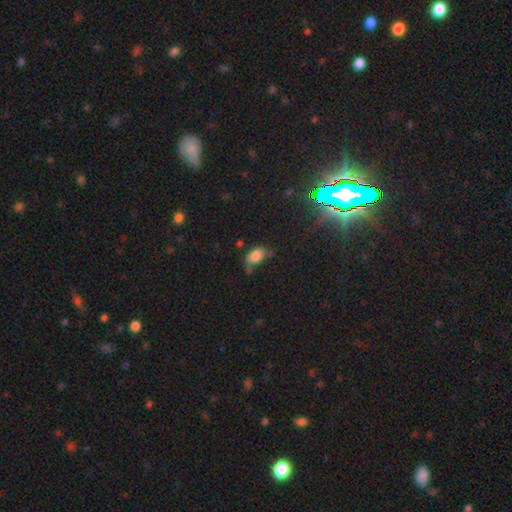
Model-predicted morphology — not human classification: Smooth or featured: smooth — 80% (star or artifact — 11%)
How rounded: in between — 89% (round — 9%)
Merging: none — 46% (minor disturbance — 33%)